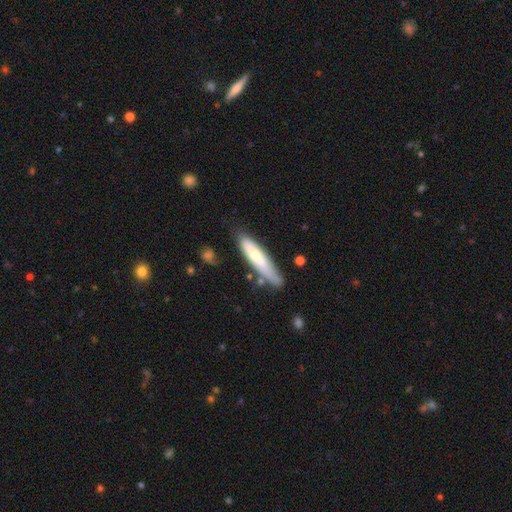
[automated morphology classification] Q: Smooth or featured?
A: smooth (60%); runner-up: featured or disk (34%)
Q: How rounded?
A: cigar-shaped (82%); runner-up: in between (17%)
Q: Merging?
A: none (71%); runner-up: minor disturbance (20%)